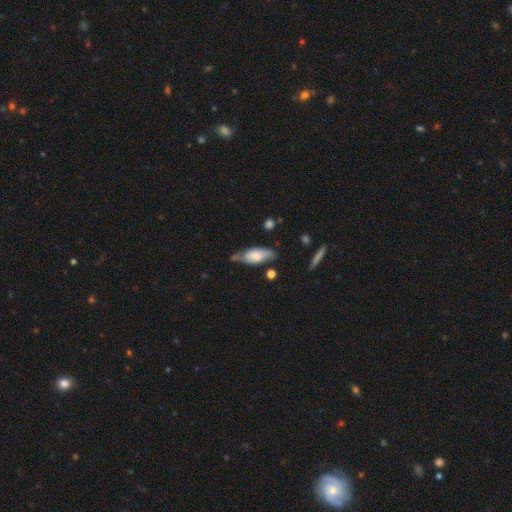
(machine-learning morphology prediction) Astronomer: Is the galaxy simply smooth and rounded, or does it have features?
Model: smooth — 50% (runner-up: featured or disk, 43%).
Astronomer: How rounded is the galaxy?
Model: in between — 74%.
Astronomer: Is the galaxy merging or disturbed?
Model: none — 58%.